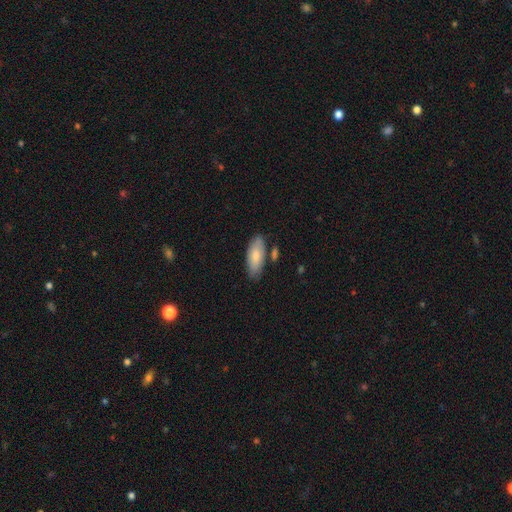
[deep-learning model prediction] Smooth or featured?
  - smooth: 79% *
  - featured or disk: 15%
  - star or artifact: 5%
How rounded?
  - in between: 82% *
  - cigar-shaped: 16%
  - round: 2%
Merging?
  - none: 74% *
  - minor disturbance: 16%
  - merger: 7%
  - major disturbance: 3%